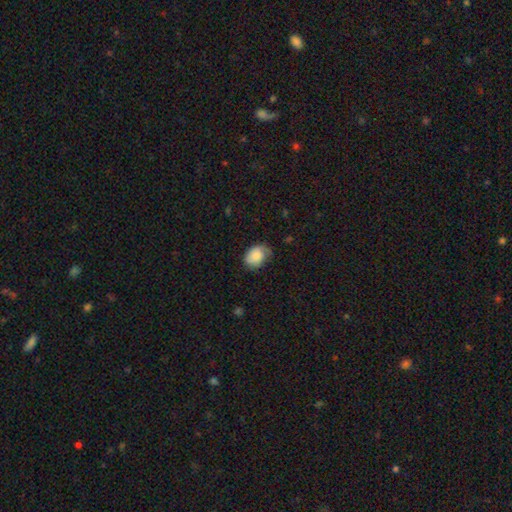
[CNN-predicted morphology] Smooth or featured? smooth (81%)
How rounded? in between (70%)
Merging? none (56%)